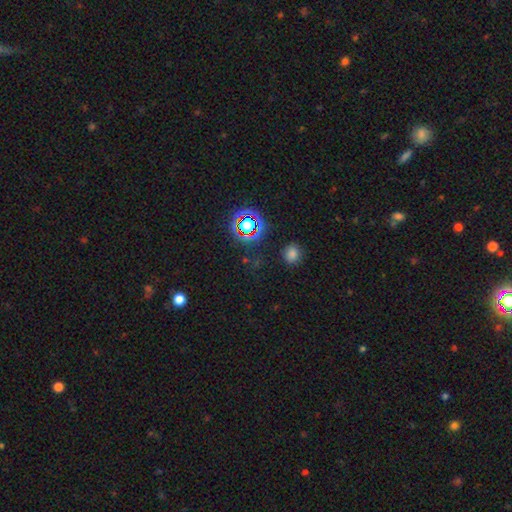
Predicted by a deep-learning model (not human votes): smooth-or-featured: star or artifact: 70% | smooth: 20% | featured or disk: 10%